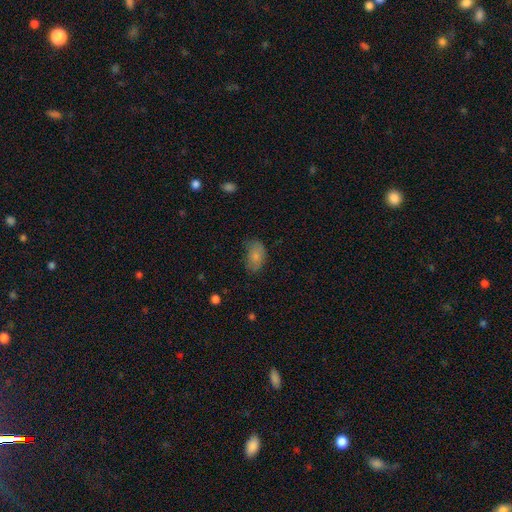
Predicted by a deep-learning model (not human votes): Smooth or featured?
  - smooth: 78% *
  - featured or disk: 14%
  - star or artifact: 8%
How rounded?
  - in between: 89% *
  - round: 9%
  - cigar-shaped: 2%
Merging?
  - none: 58% *
  - minor disturbance: 30%
  - major disturbance: 10%
  - merger: 2%